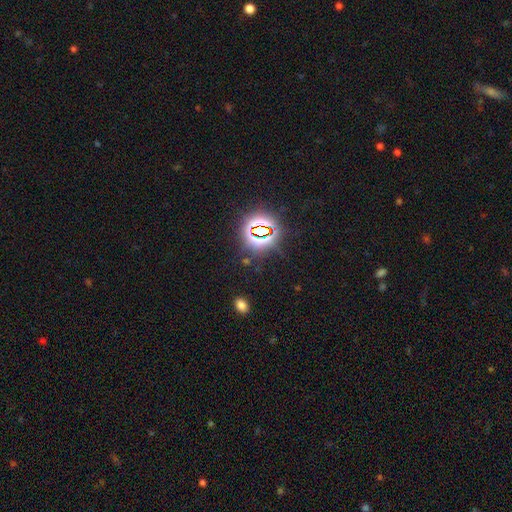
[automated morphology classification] smooth-or-featured: star or artifact: 83% | smooth: 11% | featured or disk: 6%